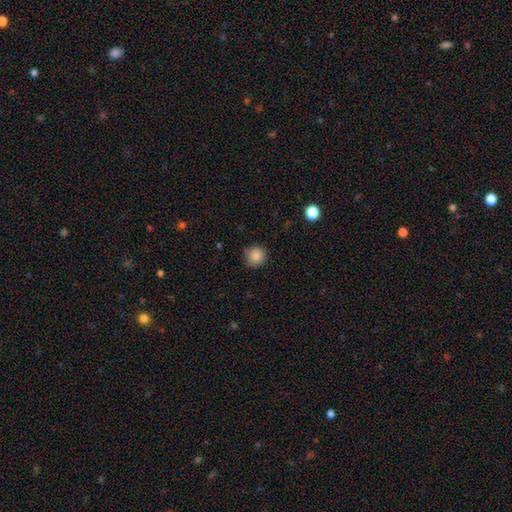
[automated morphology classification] Smooth or featured: smooth — 86% (star or artifact — 10%)
How rounded: round — 94% (in between — 6%)
Merging: none — 84% (minor disturbance — 12%)